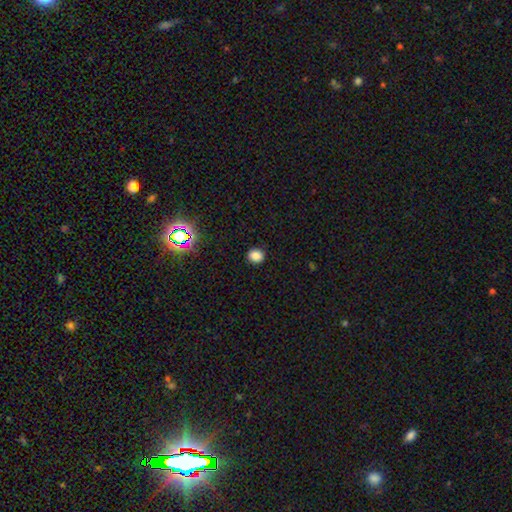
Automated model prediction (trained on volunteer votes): Q: Smooth or featured?
A: smooth (83%); runner-up: star or artifact (13%)
Q: How rounded?
A: round (74%); runner-up: in between (25%)
Q: Merging?
A: none (90%); runner-up: minor disturbance (7%)